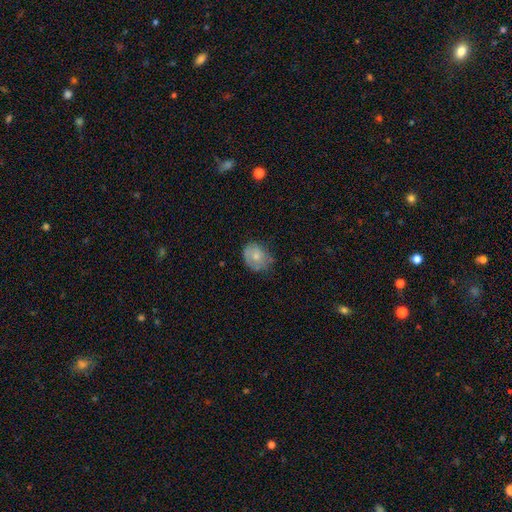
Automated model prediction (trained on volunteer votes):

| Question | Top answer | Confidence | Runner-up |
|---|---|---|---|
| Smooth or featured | smooth | 65% | featured or disk (27%) |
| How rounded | round | 54% | in between (45%) |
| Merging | none | 56% | minor disturbance (31%) |